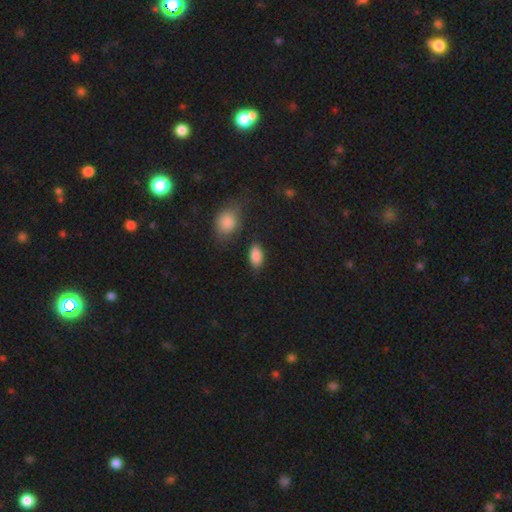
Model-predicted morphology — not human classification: A smooth galaxy with no disk features (87%) that is in between round and cigar-shaped (91%). Merging: none (79%).